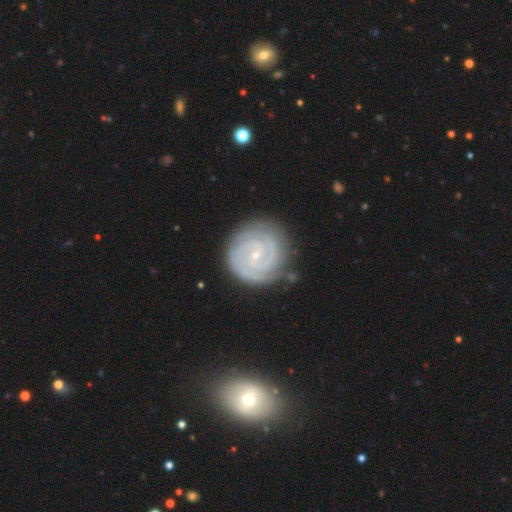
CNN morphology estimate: Smooth or featured: featured or disk — 89% (smooth — 6%)
Edge-on disk: no — 98% (yes — 2%)
Bar: no — 58% (weak — 32%)
Spiral arms: yes — 98% (no — 2%)
Spiral winding: tight — 82% (medium — 16%)
Spiral arm count: 2 — 48% (3 — 21%)
Bulge size: small — 86% (moderate — 10%)
Merging: none — 80% (minor disturbance — 14%)